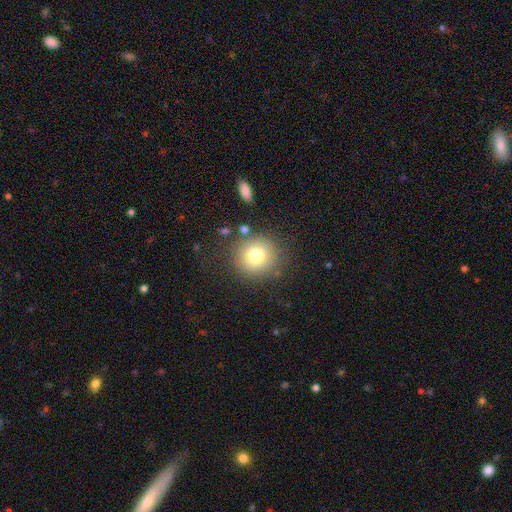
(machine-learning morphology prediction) Smooth or featured?
  - smooth: 75% *
  - star or artifact: 13%
  - featured or disk: 12%
How rounded?
  - round: 91% *
  - in between: 8%
  - cigar-shaped: 1%
Merging?
  - none: 82% *
  - minor disturbance: 10%
  - major disturbance: 5%
  - merger: 4%